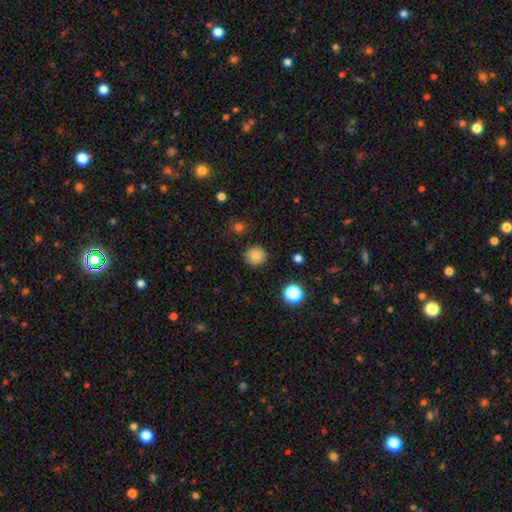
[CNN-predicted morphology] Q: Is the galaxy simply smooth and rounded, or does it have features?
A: smooth — 80%.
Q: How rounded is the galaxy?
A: round — 92%.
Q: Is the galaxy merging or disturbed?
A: none — 89%.